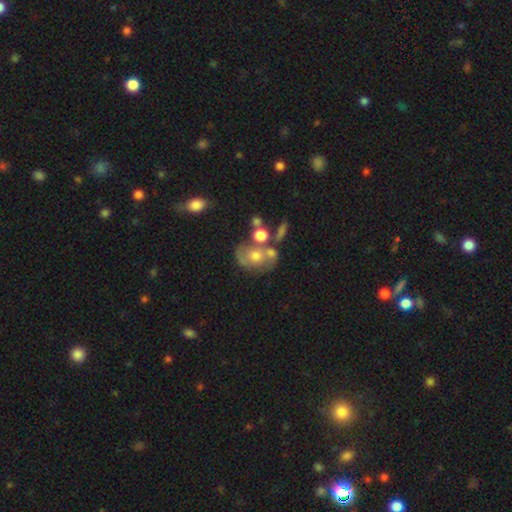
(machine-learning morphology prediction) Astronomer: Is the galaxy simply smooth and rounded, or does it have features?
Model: featured or disk — 46% (runner-up: smooth, 43%).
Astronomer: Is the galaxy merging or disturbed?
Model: none — 38% (runner-up: merger, 34%).